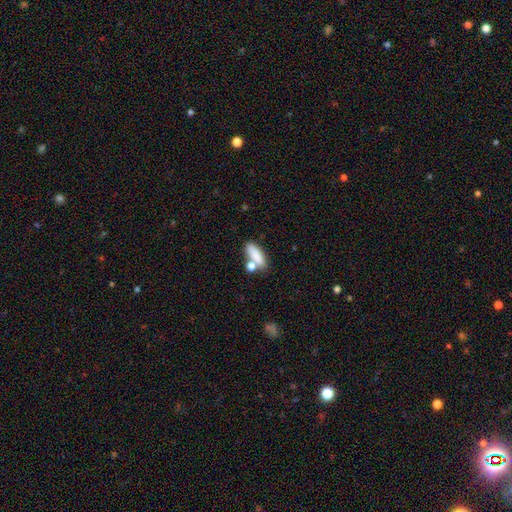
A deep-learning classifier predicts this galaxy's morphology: smooth_or_featured: smooth (p=0.83) [alt: featured or disk p=0.09]
how_rounded: in between (p=0.66) [alt: cigar-shaped p=0.29]
merging: none (p=0.56) [alt: merger p=0.25]